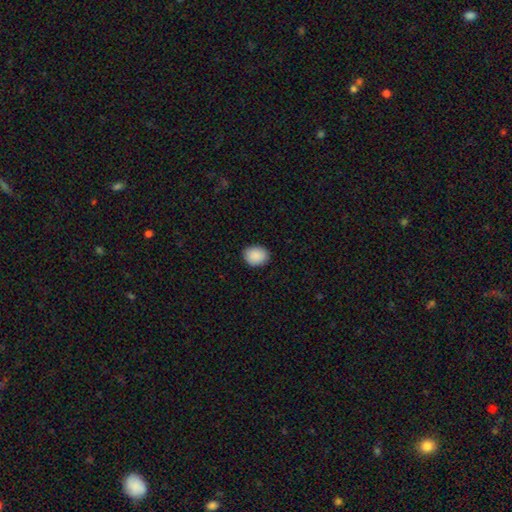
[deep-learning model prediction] This appears to be a smooth galaxy with no disk features (90%) that is round (57%). Merging: none (88%).